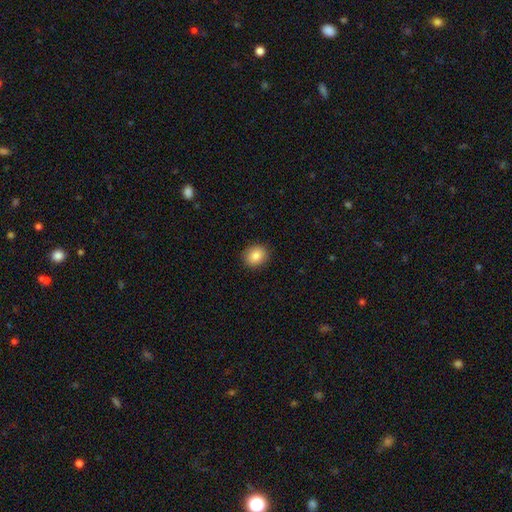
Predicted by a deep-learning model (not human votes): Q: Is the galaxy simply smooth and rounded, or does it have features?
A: smooth — 85%.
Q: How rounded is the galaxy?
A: round — 71%.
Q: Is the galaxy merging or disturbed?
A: none — 90%.